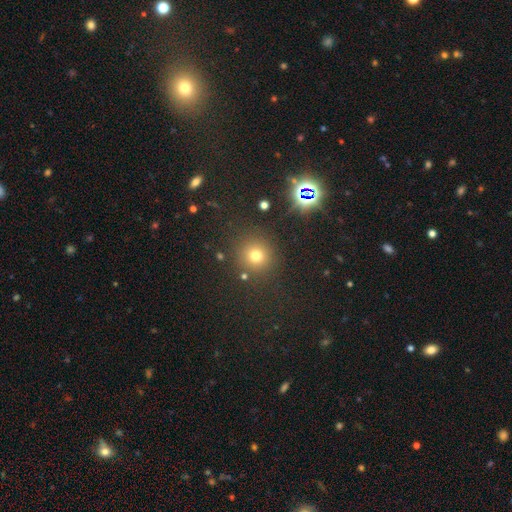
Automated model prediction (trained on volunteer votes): This is likely a smooth galaxy (71%). How rounded: clearly round (93%). Merging: clearly none (85%).